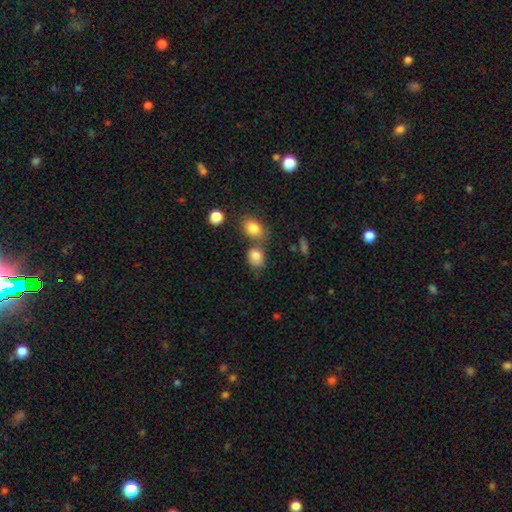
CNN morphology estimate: The model was most divided on "how rounded": in between: 54%, round: 44%, cigar-shaped: 1%. Remaining: smooth or featured — smooth (81%); merging — none (47%).